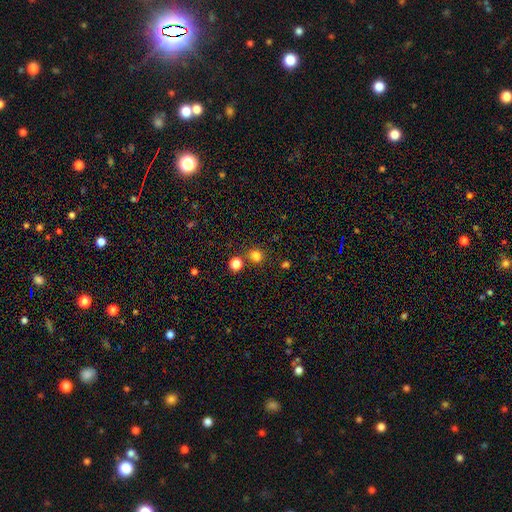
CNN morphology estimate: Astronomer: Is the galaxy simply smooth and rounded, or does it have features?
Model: smooth — 78%.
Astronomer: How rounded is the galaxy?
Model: round — 74%.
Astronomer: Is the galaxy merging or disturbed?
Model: none — 75%.